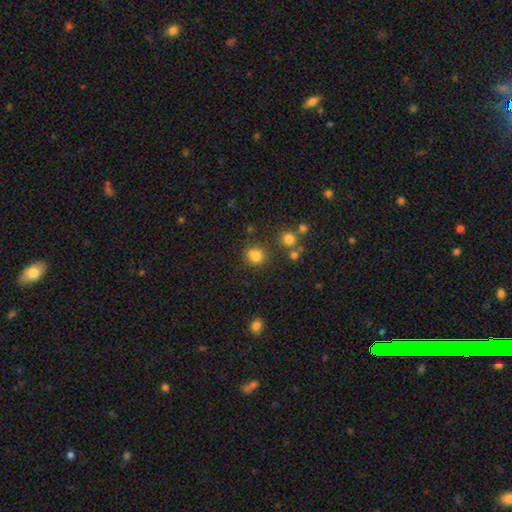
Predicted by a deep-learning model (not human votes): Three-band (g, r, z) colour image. It shows a smooth galaxy with no disk features (82%) that is round (71%). Merging: none (78%).